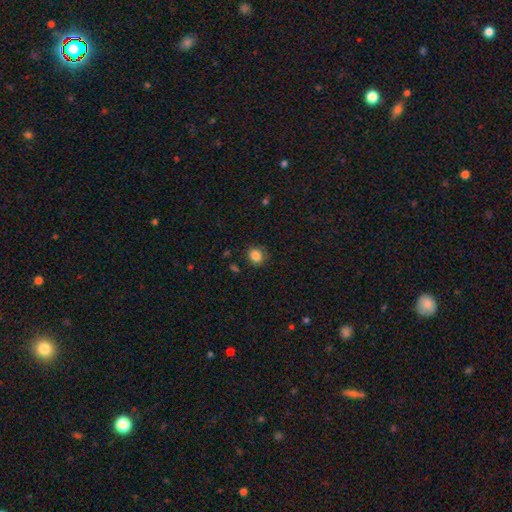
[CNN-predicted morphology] The model was most divided on "how rounded": round: 70%, in between: 29%, cigar-shaped: 1%. More confident: smooth or featured — smooth (85%); merging — none (79%).